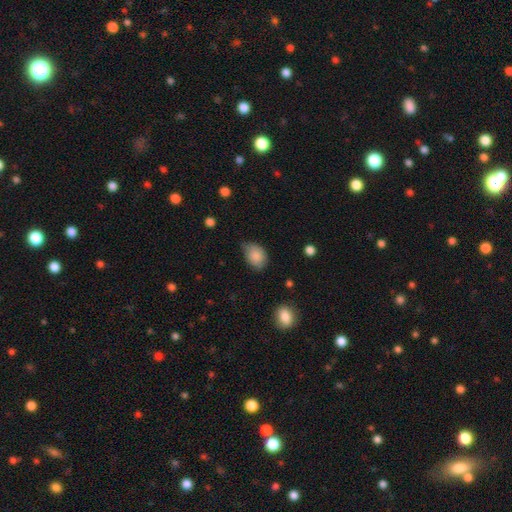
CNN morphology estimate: type=smooth (86%); roundness=in between (74%); merging=none (54%).